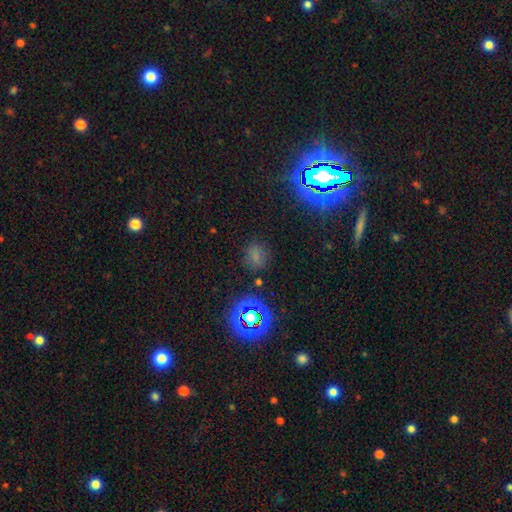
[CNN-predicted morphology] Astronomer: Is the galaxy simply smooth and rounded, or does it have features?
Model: smooth — 59%.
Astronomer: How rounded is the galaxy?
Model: round — 64%.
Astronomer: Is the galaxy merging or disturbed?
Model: none — 77%.